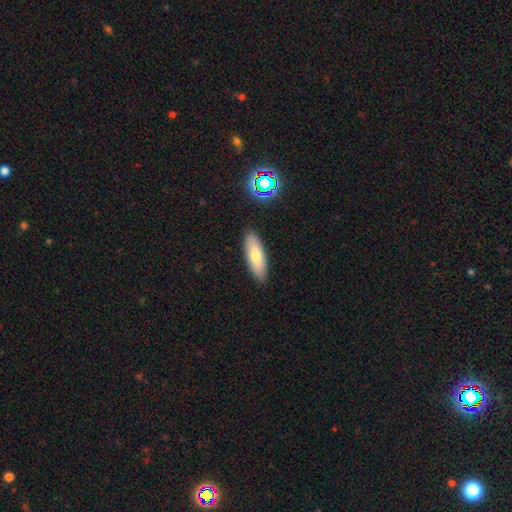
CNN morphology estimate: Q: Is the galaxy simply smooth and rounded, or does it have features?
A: smooth — 70%.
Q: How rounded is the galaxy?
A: in between — 56%.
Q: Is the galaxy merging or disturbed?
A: none — 88%.